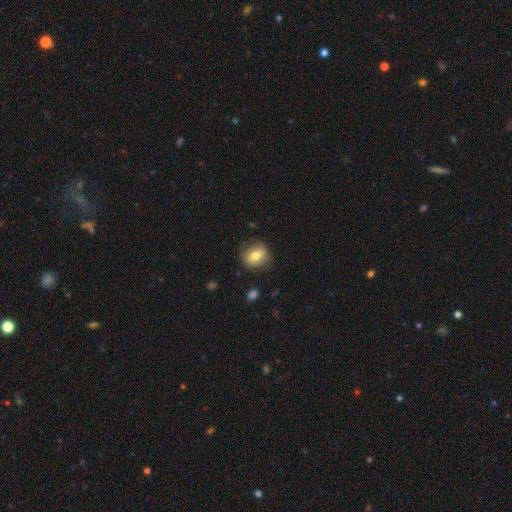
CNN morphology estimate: This is likely a smooth galaxy (66%). How rounded: likely round (70%). Merging: clearly none (82%).